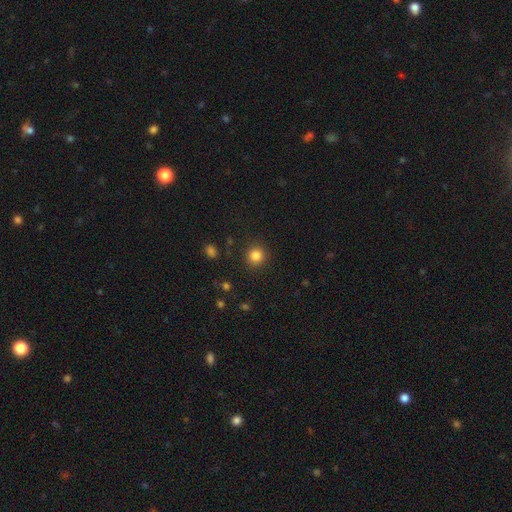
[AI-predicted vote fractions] Q: Smooth or featured?
A: smooth (84%); runner-up: star or artifact (12%)
Q: How rounded?
A: round (93%); runner-up: in between (6%)
Q: Merging?
A: none (91%); runner-up: minor disturbance (6%)